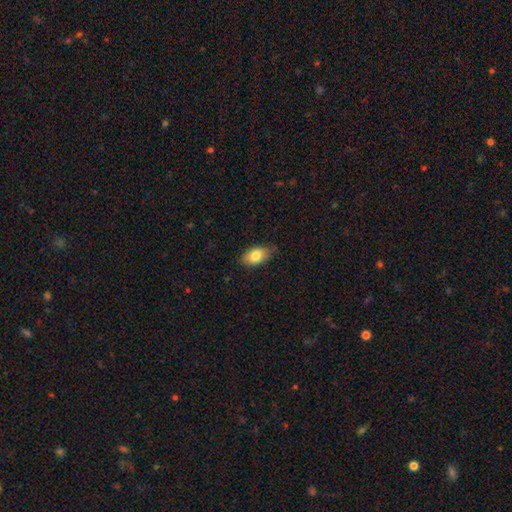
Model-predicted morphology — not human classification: A smooth galaxy with no disk features (81%) that is in between round and cigar-shaped (92%). Merging: none (80%).